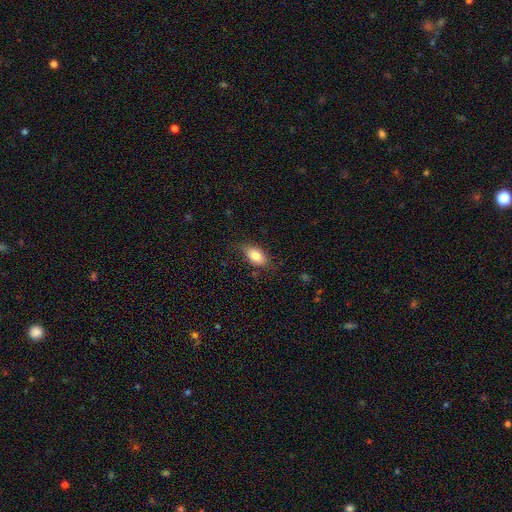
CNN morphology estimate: This appears to be a smooth galaxy with no disk features (80%) that is in between round and cigar-shaped (89%). Merging: none (77%).